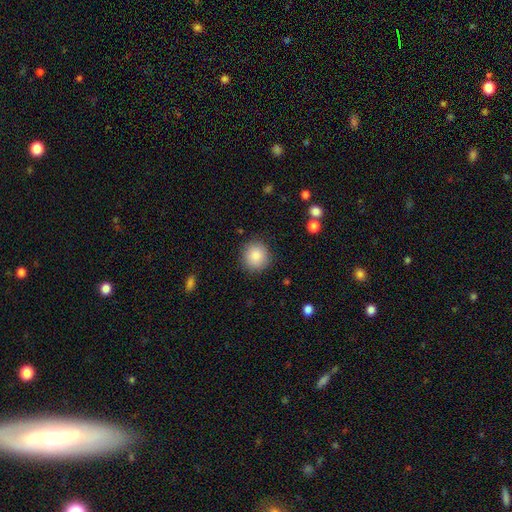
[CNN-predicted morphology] smooth-or-featured: smooth: 87% | star or artifact: 8% | featured or disk: 4%
  how-rounded: round: 93% | in between: 6% | cigar-shaped: 1%
  merging: none: 89% | minor disturbance: 7% | major disturbance: 2% | merger: 1%